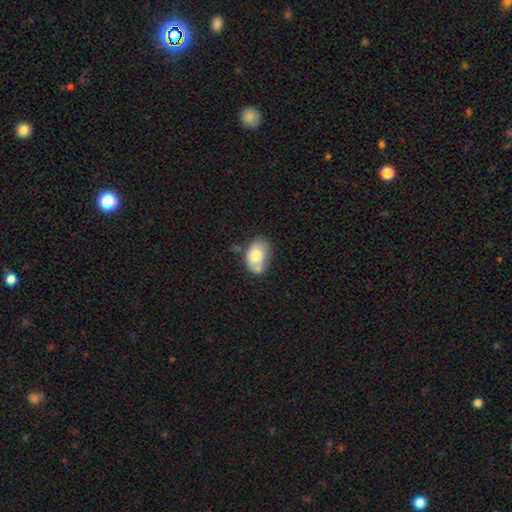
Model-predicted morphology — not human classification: Q: Smooth or featured?
A: smooth (77%); runner-up: featured or disk (15%)
Q: How rounded?
A: in between (84%); runner-up: round (15%)
Q: Merging?
A: none (52%); runner-up: minor disturbance (25%)